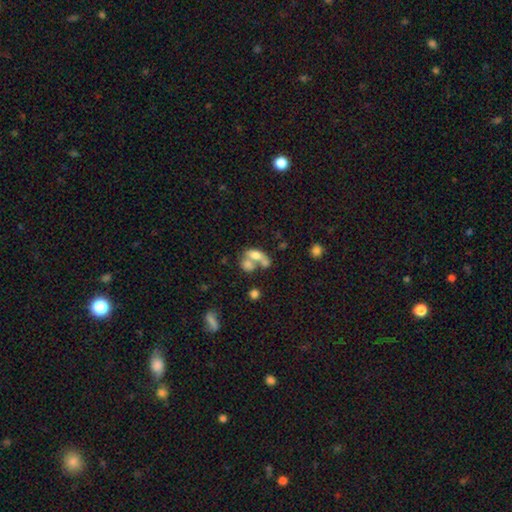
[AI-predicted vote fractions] smooth-or-featured: smooth: 64% | featured or disk: 25% | star or artifact: 12%
  how-rounded: in between: 79% | round: 15% | cigar-shaped: 6%
  merging: merger: 62% | none: 21% | major disturbance: 9% | minor disturbance: 9%